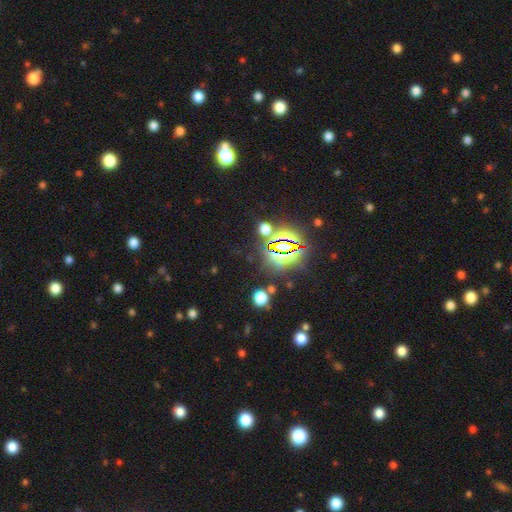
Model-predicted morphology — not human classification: star or artifact 83%, smooth 11%, featured or disk 7%.